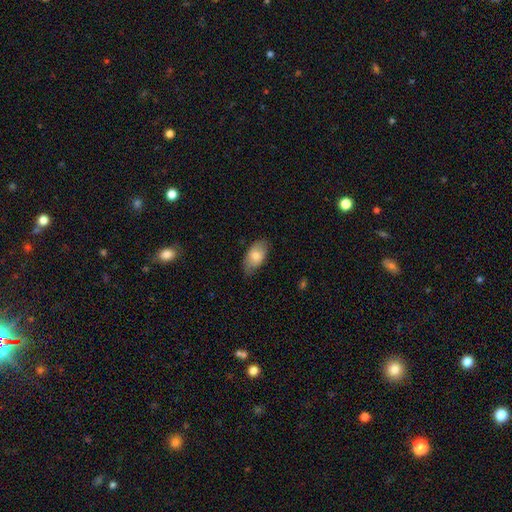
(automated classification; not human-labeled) A smooth galaxy with no disk features (77%) that is in between round and cigar-shaped (93%).

Vote fractions:
- Smooth or featured? smooth: 77% / featured or disk: 16% / star or artifact: 6%
- How rounded? in between: 93% / round: 4% / cigar-shaped: 3%
- Merging? none: 74% / minor disturbance: 21% / major disturbance: 4% / merger: 1%